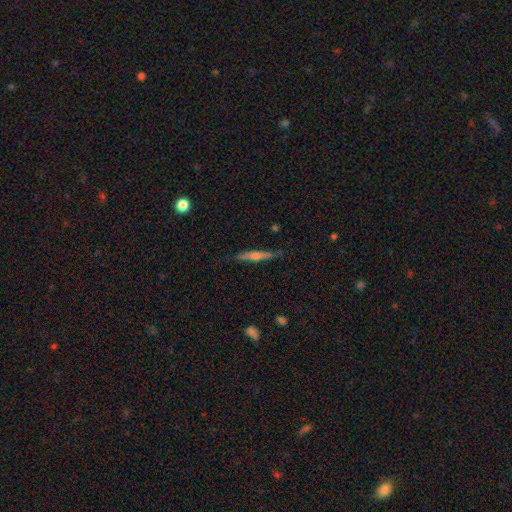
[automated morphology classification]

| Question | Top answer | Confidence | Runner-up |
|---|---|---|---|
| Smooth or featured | featured or disk | 68% | smooth (25%) |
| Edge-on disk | yes | 96% | no (4%) |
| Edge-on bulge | rounded | 83% | none (12%) |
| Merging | none | 87% | minor disturbance (10%) |